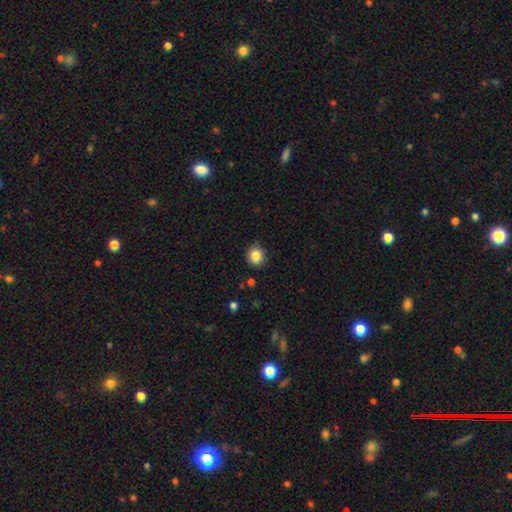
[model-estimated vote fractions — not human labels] smooth-or-featured: smooth: 84% | star or artifact: 10% | featured or disk: 5%
  how-rounded: round: 89% | in between: 10% | cigar-shaped: 1%
  merging: none: 89% | minor disturbance: 8% | major disturbance: 2% | merger: 1%